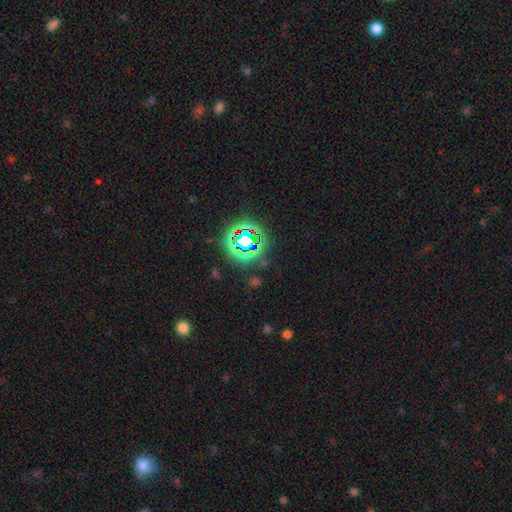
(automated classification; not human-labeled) Smooth or featured? star or artifact (78%)